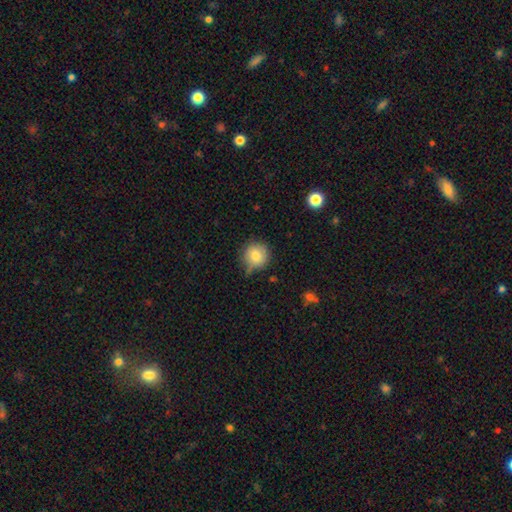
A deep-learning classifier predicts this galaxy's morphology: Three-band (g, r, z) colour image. It shows a smooth galaxy with no disk features (81%) that is round (93%). Merging: none (73%).